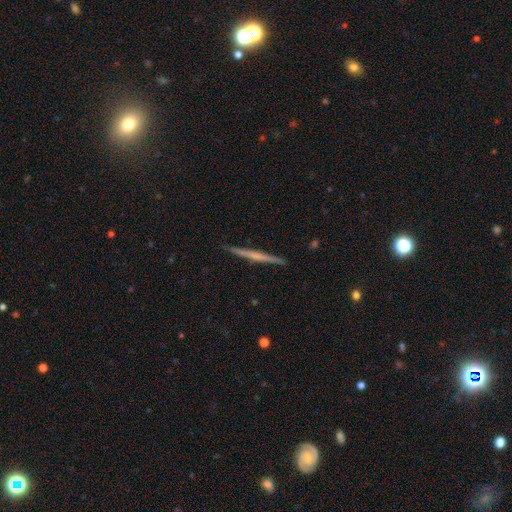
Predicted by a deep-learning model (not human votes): Overall: featured or disk (64%; smooth 30%). Edge-on disk: yes (98%). Edge-on bulge: none (60%; rounded 31%). Merging: none (92%).